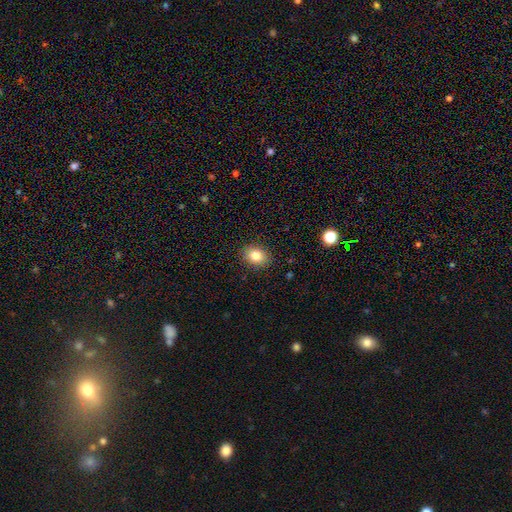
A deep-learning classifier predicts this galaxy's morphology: Overall: smooth (82%). How rounded: in between (60%; round 39%). Merging: none (89%).